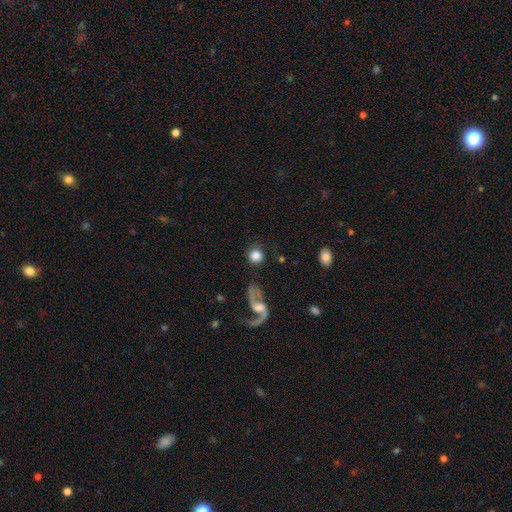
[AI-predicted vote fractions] The model was most divided on "merging": none: 73%, minor disturbance: 11%, major disturbance: 8%, merger: 8%. More confident: how rounded — round (91%); smooth or featured — smooth (77%).